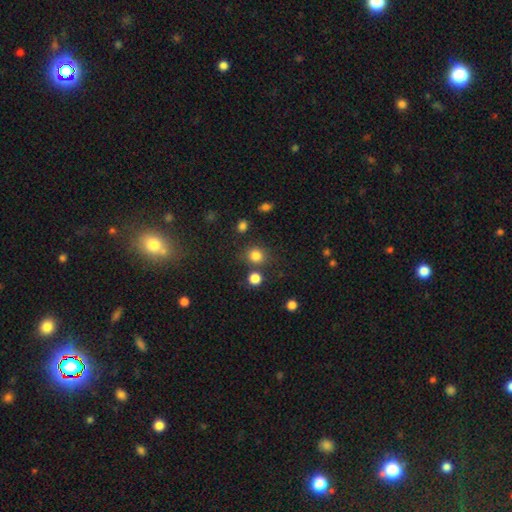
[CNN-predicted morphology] Q: Smooth or featured?
A: smooth (81%); runner-up: star or artifact (14%)
Q: How rounded?
A: round (86%); runner-up: in between (13%)
Q: Merging?
A: none (77%); runner-up: minor disturbance (9%)